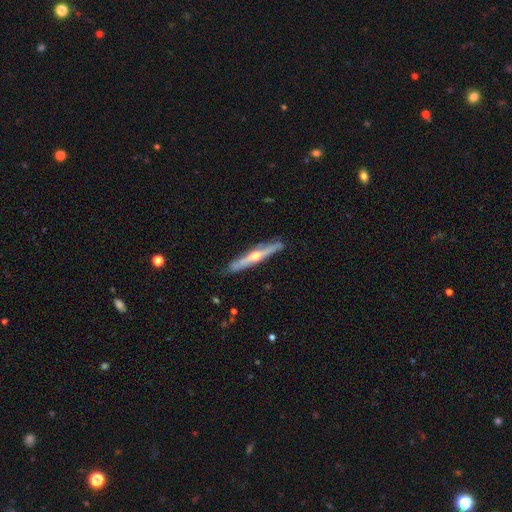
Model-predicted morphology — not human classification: This is likely a featured or disk galaxy (69%). It is clearly viewed edge-on (93%). Edge-on bulge: clearly rounded (89%). Merging: clearly none (83%).